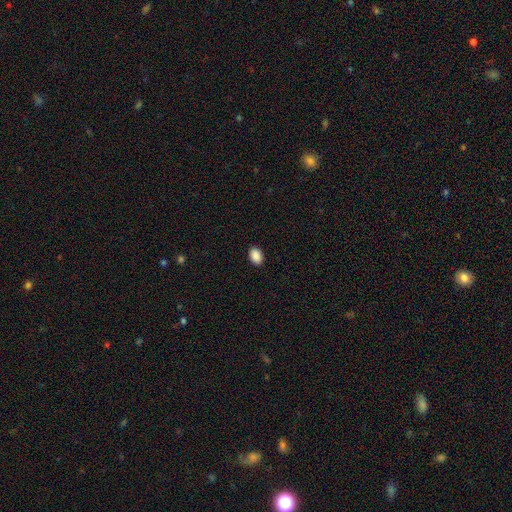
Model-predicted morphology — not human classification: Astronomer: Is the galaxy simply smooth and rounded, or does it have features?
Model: smooth — 90%.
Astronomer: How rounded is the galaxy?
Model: in between — 82%.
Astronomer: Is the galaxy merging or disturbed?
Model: none — 90%.